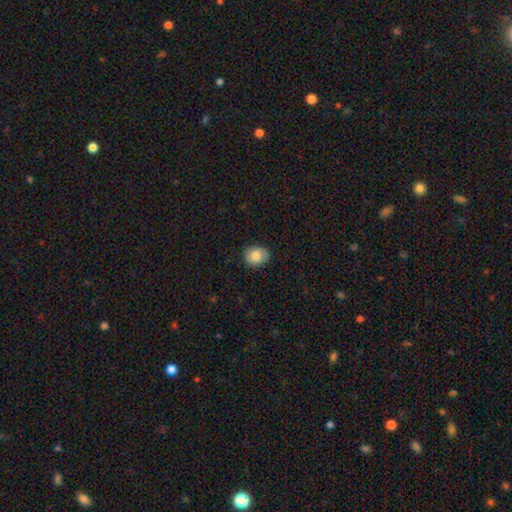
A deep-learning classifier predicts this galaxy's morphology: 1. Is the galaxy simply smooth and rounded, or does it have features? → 83% smooth, 9% featured or disk, 8% star or artifact.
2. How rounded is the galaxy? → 58% round, 41% in between, 1% cigar-shaped.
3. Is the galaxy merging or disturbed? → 87% none, 10% minor disturbance, 2% major disturbance, 1% merger.